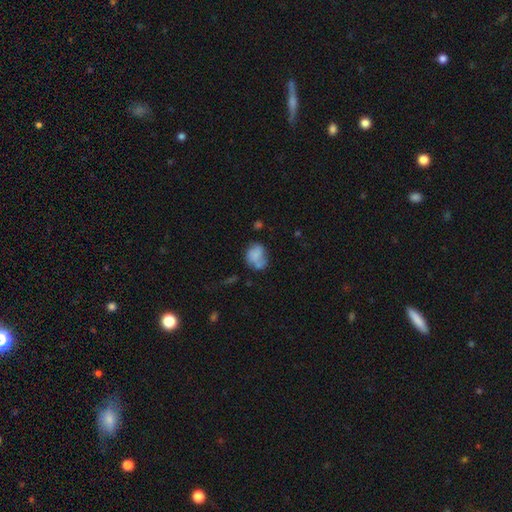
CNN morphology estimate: This is likely a smooth galaxy (68%). How rounded: possibly in between (51%). Merging: marginally none (39%).